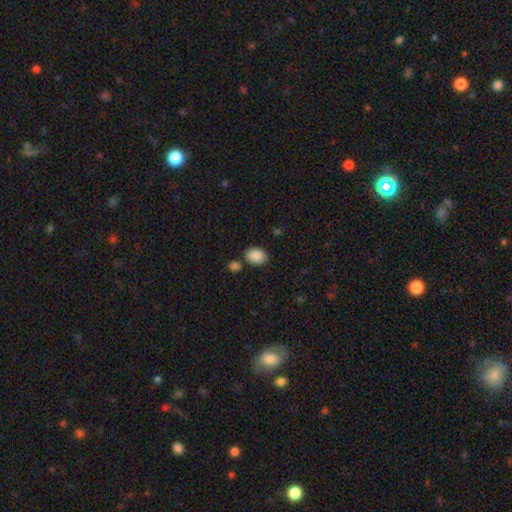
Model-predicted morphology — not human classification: Smooth or featured?
  - smooth: 89% *
  - star or artifact: 7%
  - featured or disk: 4%
How rounded?
  - in between: 79% *
  - round: 20%
  - cigar-shaped: 1%
Merging?
  - none: 75% *
  - minor disturbance: 13%
  - merger: 9%
  - major disturbance: 3%